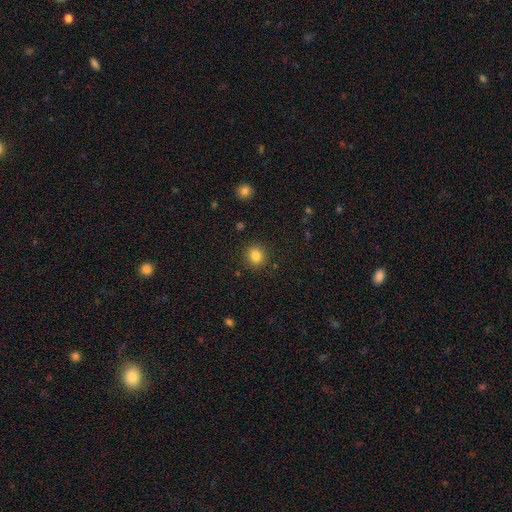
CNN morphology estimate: smooth-or-featured: smooth: 84% | star or artifact: 11% | featured or disk: 5%
  how-rounded: round: 86% | in between: 13% | cigar-shaped: 1%
  merging: none: 89% | minor disturbance: 7% | major disturbance: 3% | merger: 1%